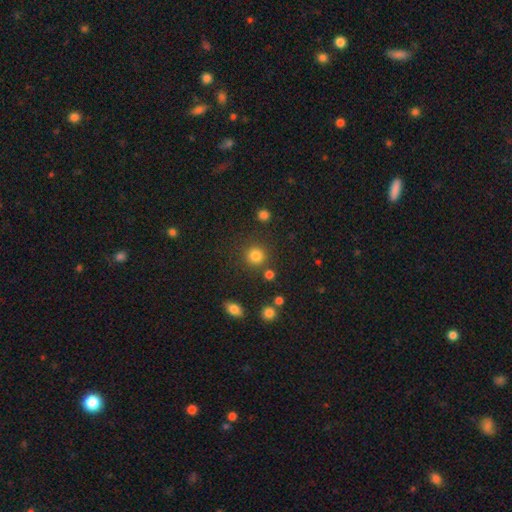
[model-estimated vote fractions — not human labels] smooth 83%, star or artifact 13%, featured or disk 5%. Down the decision tree: how rounded — round (92%); merging — none (84%).